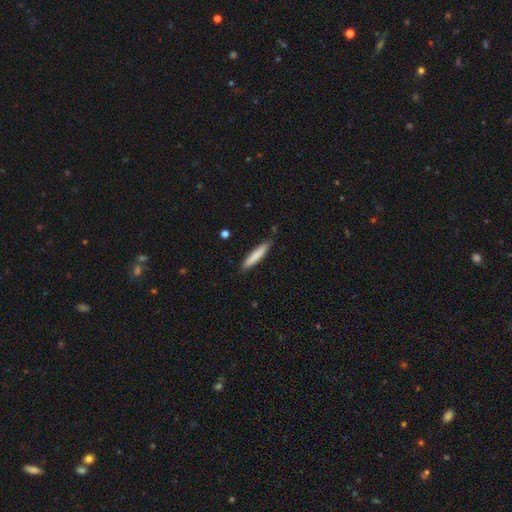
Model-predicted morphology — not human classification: type=smooth (80%); roundness=cigar-shaped (92%); merging=none (87%).